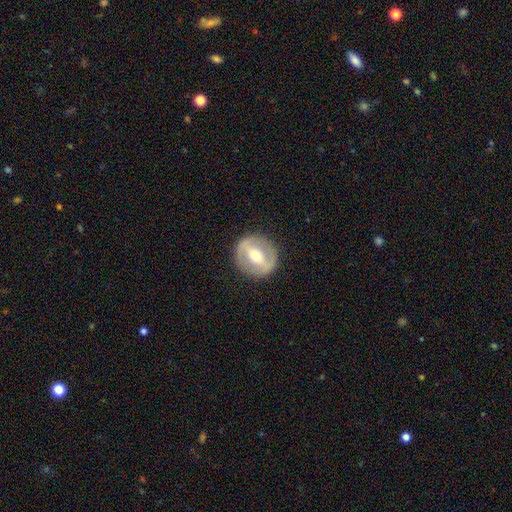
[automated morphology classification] A featured or disk galaxy (65%) with a strong bar (55%), no spiral arms (70%) and a moderate central bulge (69%). Merging: none (87%).